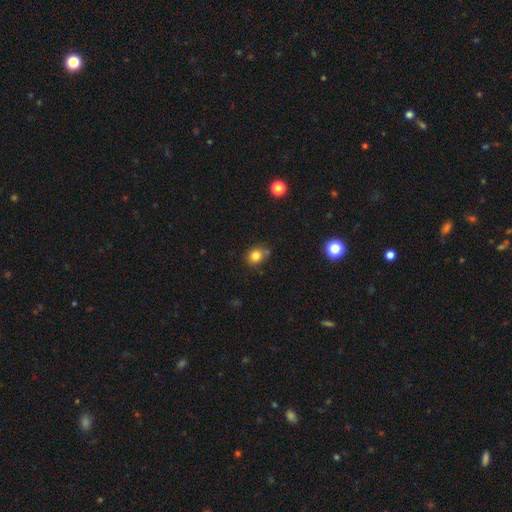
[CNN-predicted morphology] Q: Smooth or featured?
A: smooth (81%); runner-up: star or artifact (12%)
Q: How rounded?
A: round (63%); runner-up: in between (36%)
Q: Merging?
A: none (72%); runner-up: minor disturbance (17%)